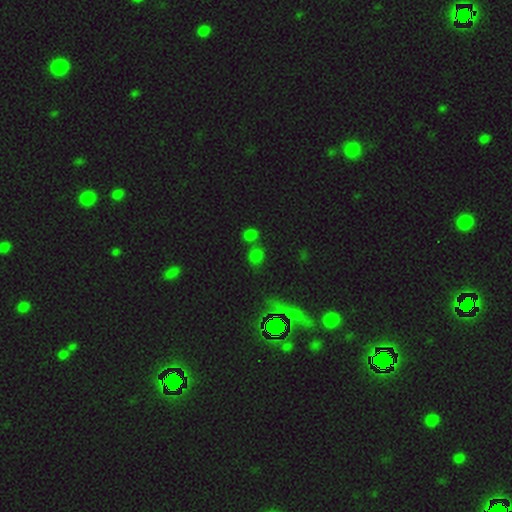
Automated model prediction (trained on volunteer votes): smooth-or-featured: smooth: 63% | star or artifact: 30% | featured or disk: 7%
  how-rounded: round: 65% | in between: 32% | cigar-shaped: 2%
  merging: none: 65% | merger: 19% | minor disturbance: 11% | major disturbance: 5%